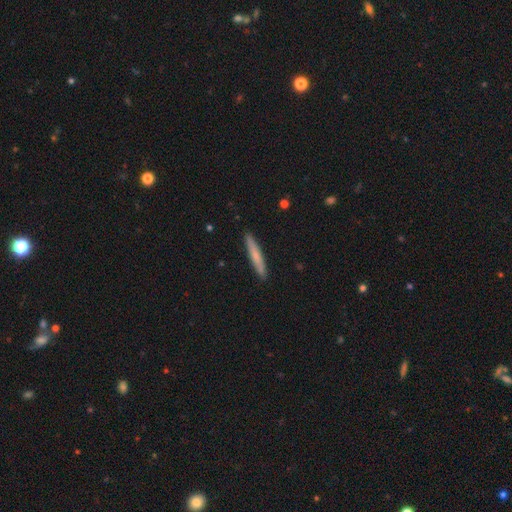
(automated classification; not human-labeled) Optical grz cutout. It shows a smooth galaxy with no disk features (65%) that is cigar-shaped (95%). Merging: none (91%).